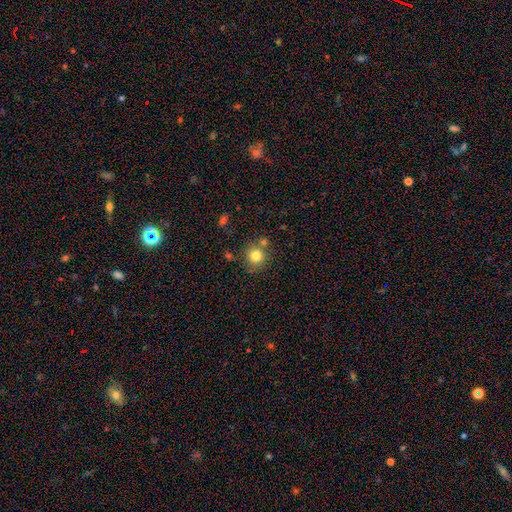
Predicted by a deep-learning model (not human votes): Smooth or featured?
  - smooth: 80% *
  - star or artifact: 12%
  - featured or disk: 8%
How rounded?
  - round: 91% *
  - in between: 8%
  - cigar-shaped: 1%
Merging?
  - none: 71% *
  - merger: 16%
  - minor disturbance: 10%
  - major disturbance: 3%